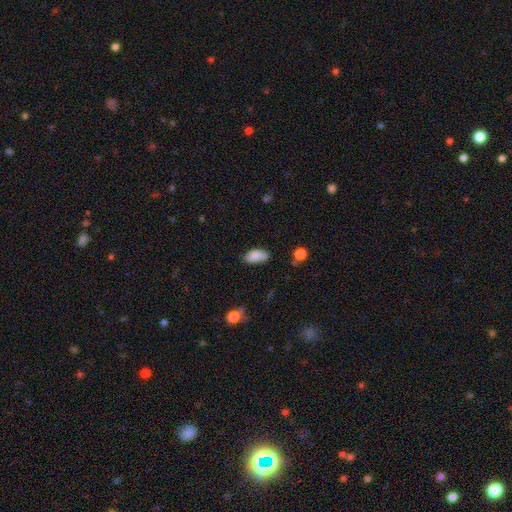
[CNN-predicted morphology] A smooth galaxy with no disk features (82%) that is in between round and cigar-shaped (91%).

Vote fractions:
- Smooth or featured? smooth: 82% / featured or disk: 10% / star or artifact: 9%
- How rounded? in between: 91% / cigar-shaped: 5% / round: 4%
- Merging? none: 59% / minor disturbance: 29% / major disturbance: 7% / merger: 5%